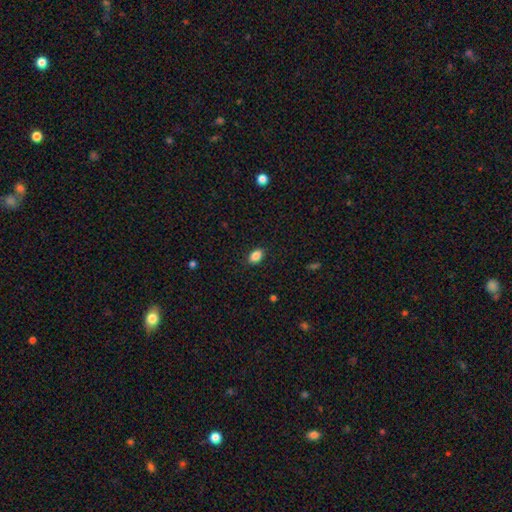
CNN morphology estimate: The model was most divided on "how rounded": in between: 86%, round: 13%, cigar-shaped: 2%. More confident: merging — none (88%); smooth or featured — smooth (86%).